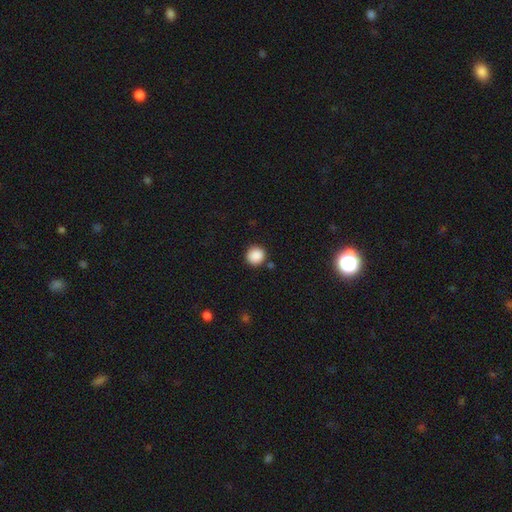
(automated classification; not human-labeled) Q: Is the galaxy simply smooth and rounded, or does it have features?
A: smooth — 88%.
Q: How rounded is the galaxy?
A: round — 94%.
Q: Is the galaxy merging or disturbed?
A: none — 88%.